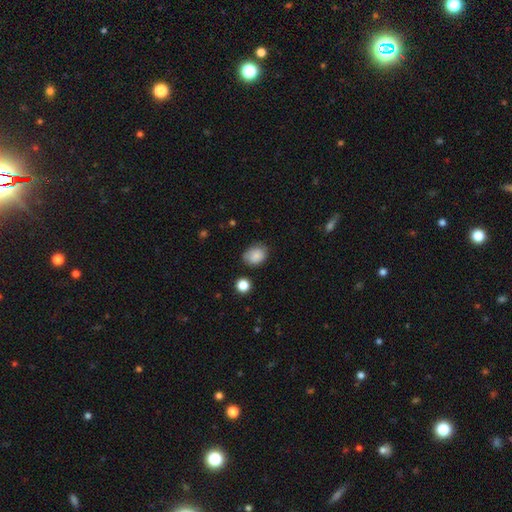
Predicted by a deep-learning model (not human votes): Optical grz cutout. It shows a smooth galaxy with no disk features (85%) that is in between round and cigar-shaped (60%). Merging: none (73%).